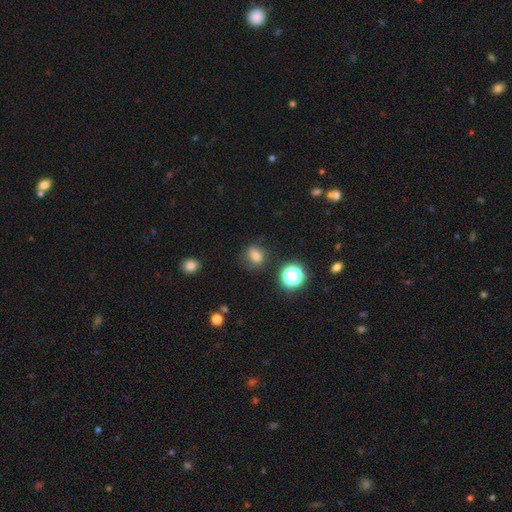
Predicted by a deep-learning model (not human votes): smooth_or_featured: smooth (p=0.71) [alt: star or artifact p=0.17]
how_rounded: round (p=0.60) [alt: in between p=0.39]
merging: none (p=0.75) [alt: minor disturbance p=0.16]